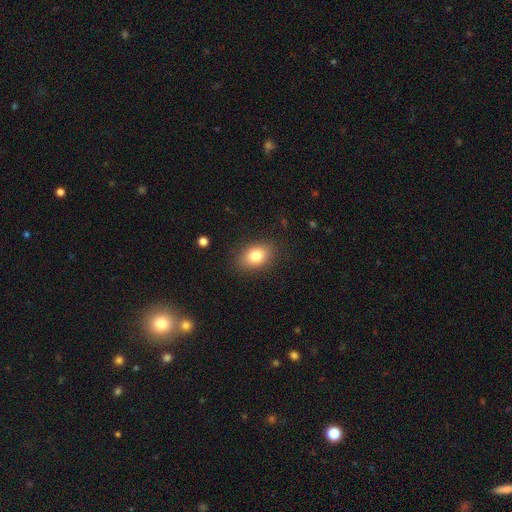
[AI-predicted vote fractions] smooth 81%, featured or disk 10%, star or artifact 9%. Down the decision tree: how rounded — in between (80%); merging — none (86%).